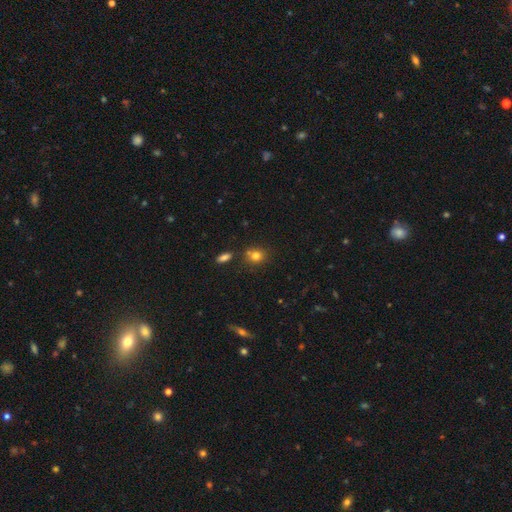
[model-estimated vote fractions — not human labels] The model was most divided on "how rounded": round: 67%, in between: 32%, cigar-shaped: 2%. More confident: smooth or featured — smooth (79%); merging — none (68%).